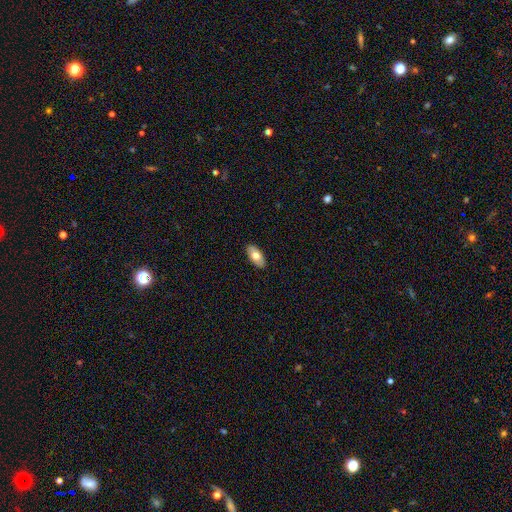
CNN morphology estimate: Smooth or featured?
  - smooth: 71% *
  - featured or disk: 22%
  - star or artifact: 6%
How rounded?
  - in between: 91% *
  - cigar-shaped: 6%
  - round: 3%
Merging?
  - none: 90% *
  - minor disturbance: 8%
  - major disturbance: 2%
  - merger: 1%